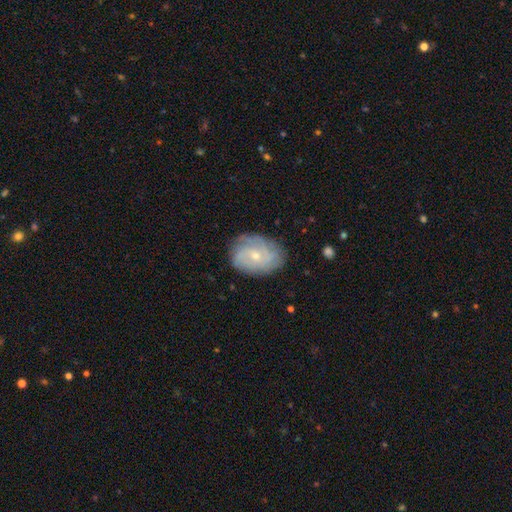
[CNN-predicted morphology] This is likely a featured or disk galaxy (66%). It is clearly not viewed edge-on (96%). Bar: likely no (73%). Spiral arm pattern: clearly yes (87%). Spiral arm count: possibly can't tell (46%). Spiral winding: possibly tight (56%). Central bulge: likely small (68%). Merging: likely none (76%).